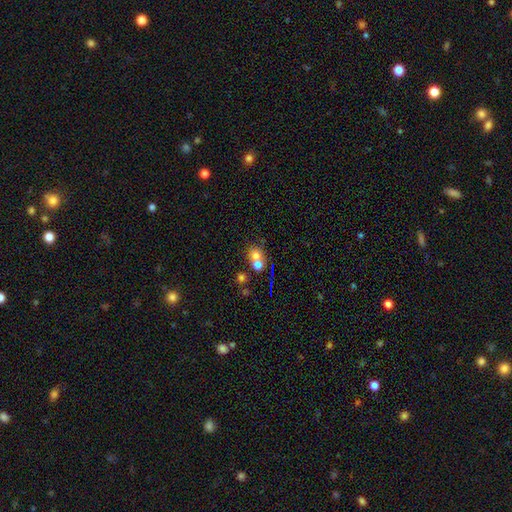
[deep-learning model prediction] smooth 68%, star or artifact 17%, featured or disk 15%. Down the decision tree: how rounded — round (73%); merging — merger (47%).